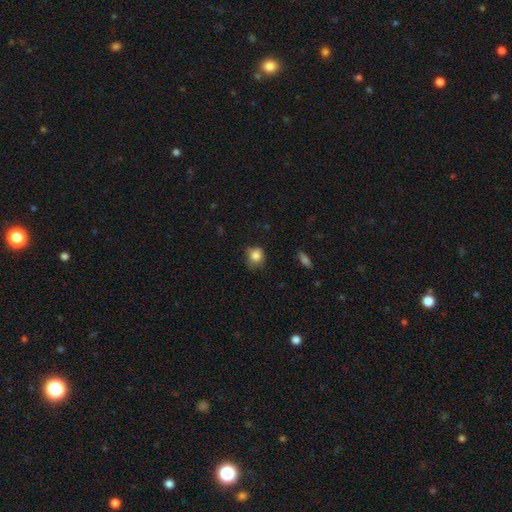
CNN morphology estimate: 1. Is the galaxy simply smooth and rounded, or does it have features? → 82% smooth, 10% star or artifact, 8% featured or disk.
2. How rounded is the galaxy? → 70% round, 29% in between, 1% cigar-shaped.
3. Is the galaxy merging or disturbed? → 54% none, 34% minor disturbance, 10% major disturbance, 2% merger.